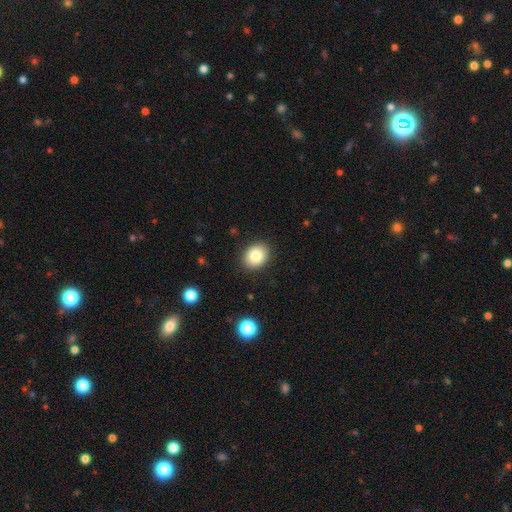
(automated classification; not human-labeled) This appears to be a smooth galaxy with no disk features (83%) that is in between round and cigar-shaped (55%). Merging: none (89%).